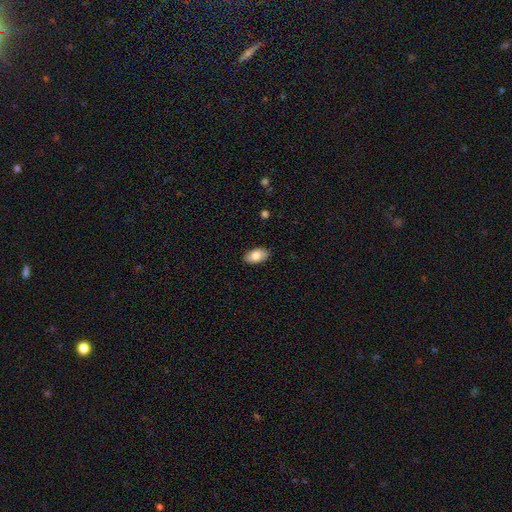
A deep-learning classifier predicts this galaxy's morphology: smooth_or_featured: smooth (p=0.82) [alt: featured or disk p=0.12]
how_rounded: in between (p=0.94) [alt: round p=0.04]
merging: none (p=0.88) [alt: minor disturbance p=0.09]